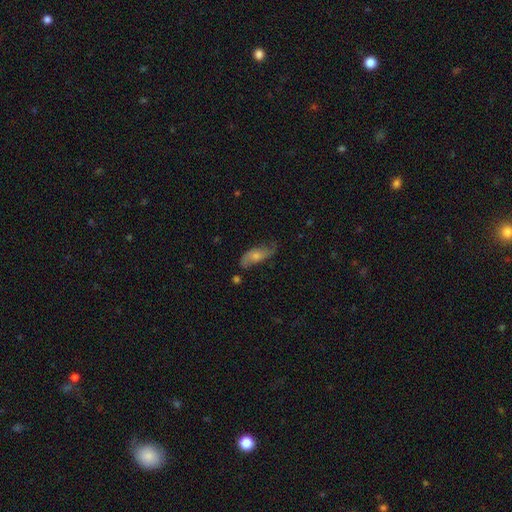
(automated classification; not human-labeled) This appears to be a featured or disk galaxy (61%) with no bar (69%), spiral arms (87%) and a moderate central bulge (47%). Merging: none (68%).